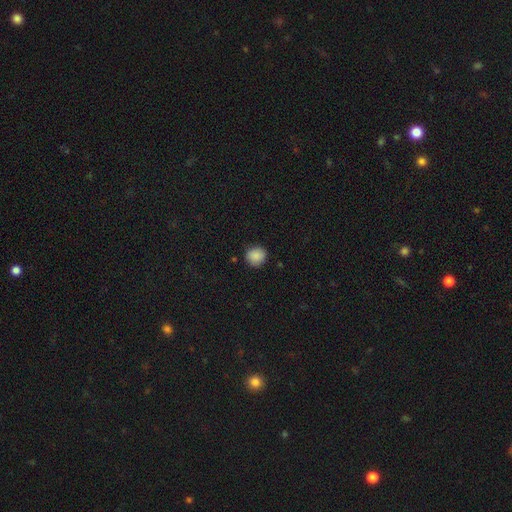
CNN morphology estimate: Smooth or featured? Predicted: smooth (p=0.88). How rounded? Predicted: round (p=0.85). Merging? Predicted: none (p=0.86).